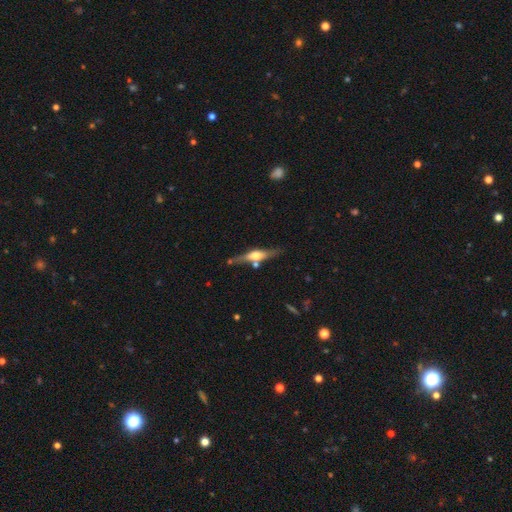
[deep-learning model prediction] This is likely a featured or disk galaxy (70%). It is clearly viewed edge-on (95%). Edge-on bulge: clearly rounded (89%). Merging: likely none (76%).